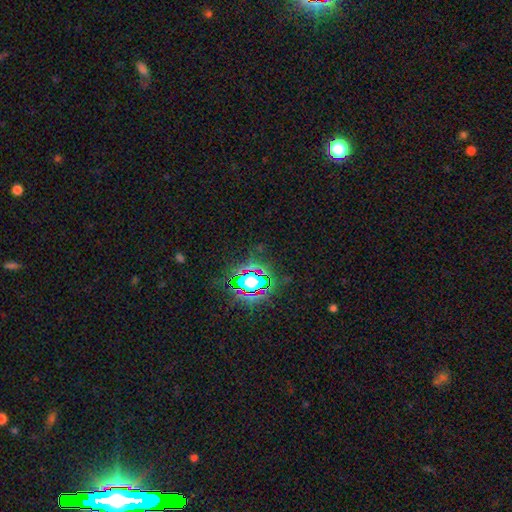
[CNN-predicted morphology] type=star or artifact (81%).